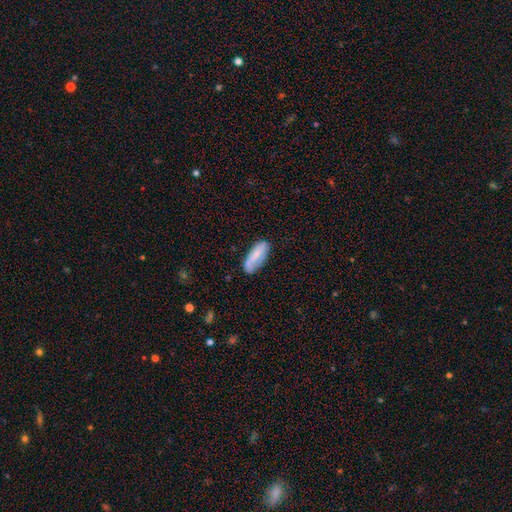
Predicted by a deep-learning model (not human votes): Smooth or featured: smooth — 67% (featured or disk — 26%)
How rounded: in between — 77% (cigar-shaped — 21%)
Merging: none — 67% (minor disturbance — 24%)